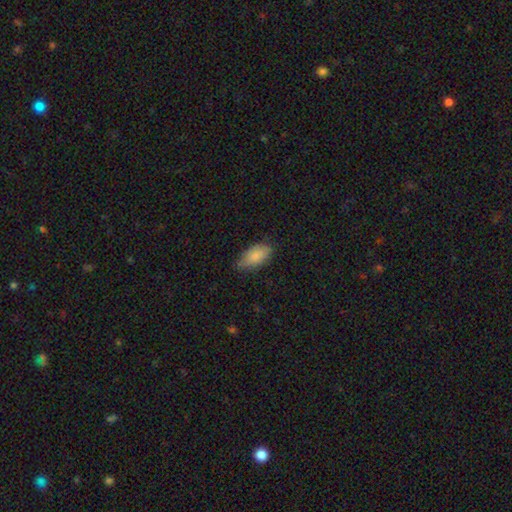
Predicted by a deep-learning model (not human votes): Smooth or featured?
  - smooth: 83% *
  - featured or disk: 11%
  - star or artifact: 6%
How rounded?
  - in between: 92% *
  - cigar-shaped: 5%
  - round: 3%
Merging?
  - none: 68% *
  - minor disturbance: 27%
  - major disturbance: 4%
  - merger: 1%